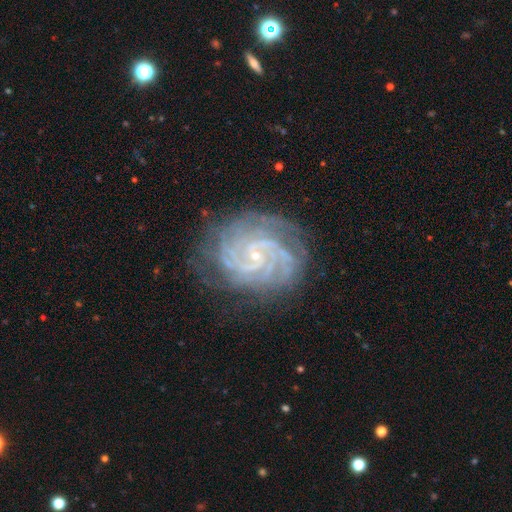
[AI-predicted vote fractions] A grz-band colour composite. It shows a featured or disk galaxy (91%) with no bar (58%), 4 (23%) tight (74%) spiral arms (99%) and a small central bulge (88%). Merging: none (79%).